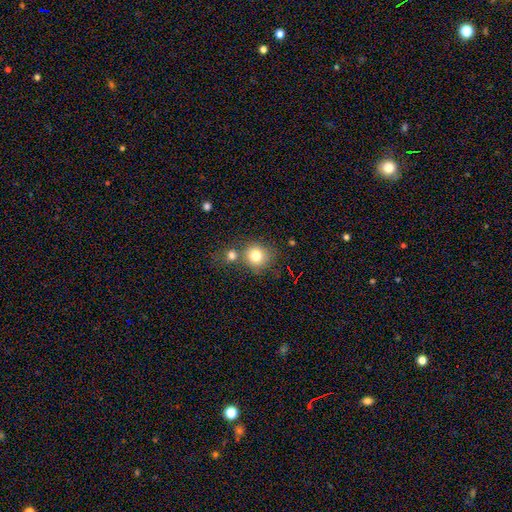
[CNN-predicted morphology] This is likely a smooth galaxy (78%). How rounded: clearly round (89%). Merging: likely none (62%).